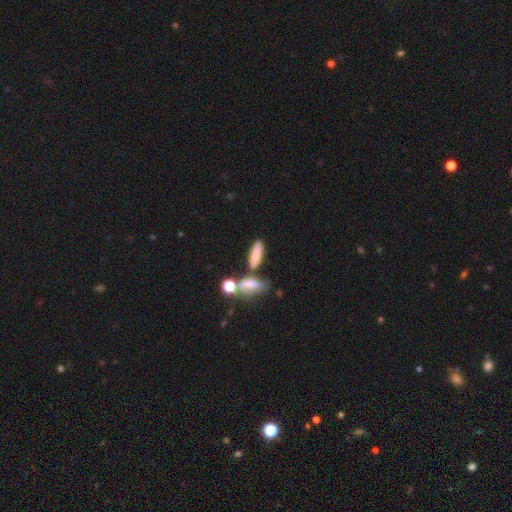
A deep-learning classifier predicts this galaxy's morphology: Q: Smooth or featured?
A: smooth (76%); runner-up: featured or disk (15%)
Q: How rounded?
A: in between (49%); runner-up: cigar-shaped (46%)
Q: Merging?
A: none (53%); runner-up: merger (25%)